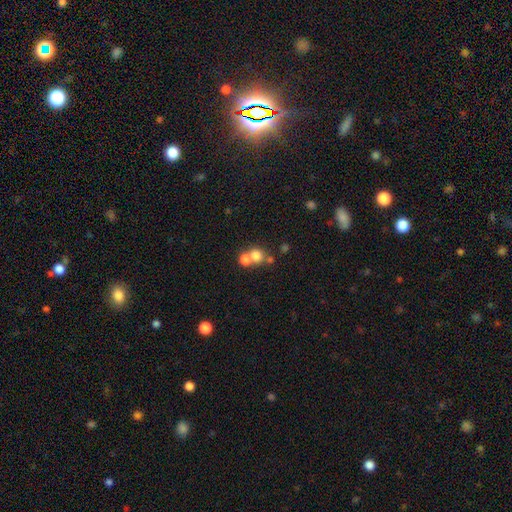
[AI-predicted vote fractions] smooth-or-featured: smooth: 75% | star or artifact: 13% | featured or disk: 12%
  how-rounded: round: 80% | in between: 19% | cigar-shaped: 1%
  merging: merger: 51% | none: 40% | minor disturbance: 6% | major disturbance: 4%